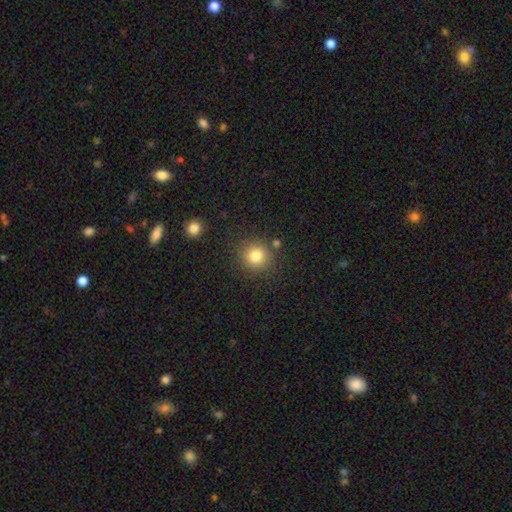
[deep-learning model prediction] This appears to be a smooth galaxy with no disk features (83%) that is round (91%). Merging: none (84%).